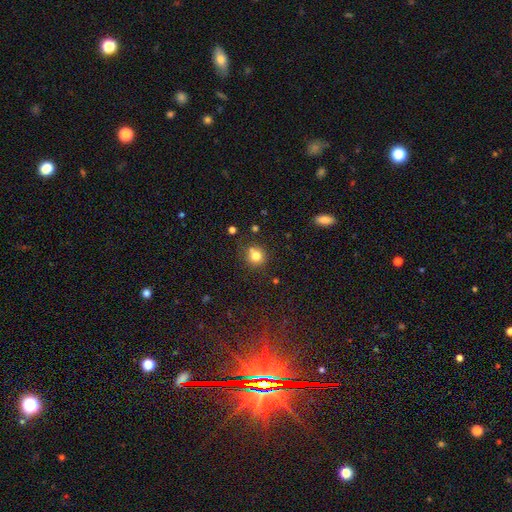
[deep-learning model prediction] smooth-or-featured: smooth: 78% | star or artifact: 13% | featured or disk: 9%
  how-rounded: round: 87% | in between: 12% | cigar-shaped: 1%
  merging: none: 71% | minor disturbance: 13% | merger: 12% | major disturbance: 4%